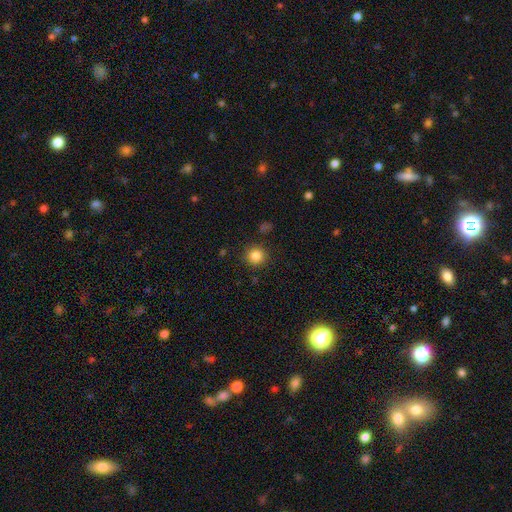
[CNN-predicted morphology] Smooth or featured: smooth — 84% (star or artifact — 11%)
How rounded: round — 94% (in between — 5%)
Merging: none — 89% (minor disturbance — 7%)